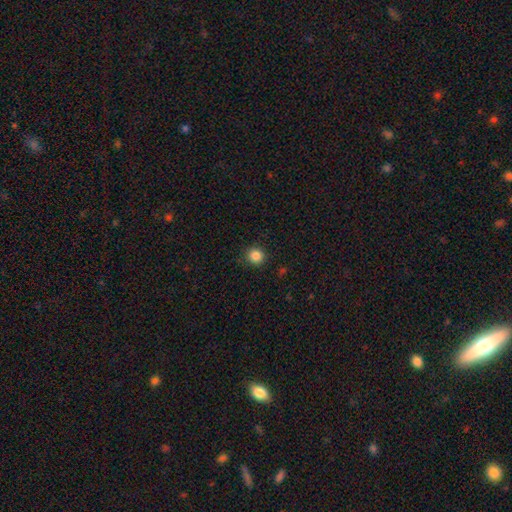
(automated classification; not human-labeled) A smooth galaxy with no disk features (85%) that is round (93%). Merging: none (90%).